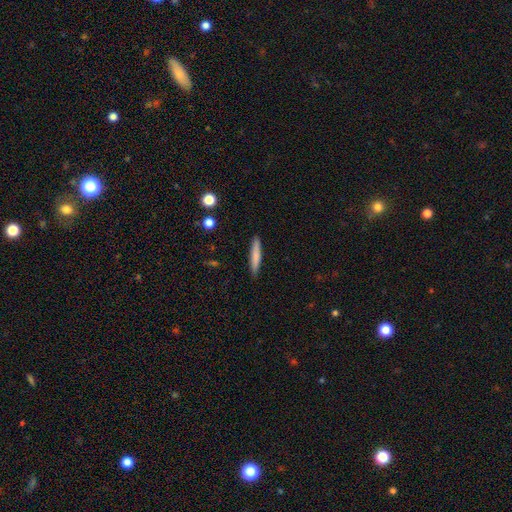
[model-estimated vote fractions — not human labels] Morphology: type=smooth (76%); roundness=cigar-shaped (92%); merging=none (89%).